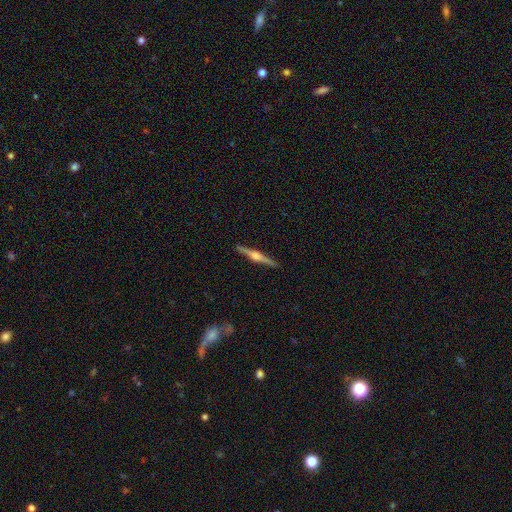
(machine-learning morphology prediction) This is clearly a featured or disk galaxy (82%). It is clearly viewed edge-on (99%). Edge-on bulge: clearly rounded (90%). Merging: clearly none (92%).